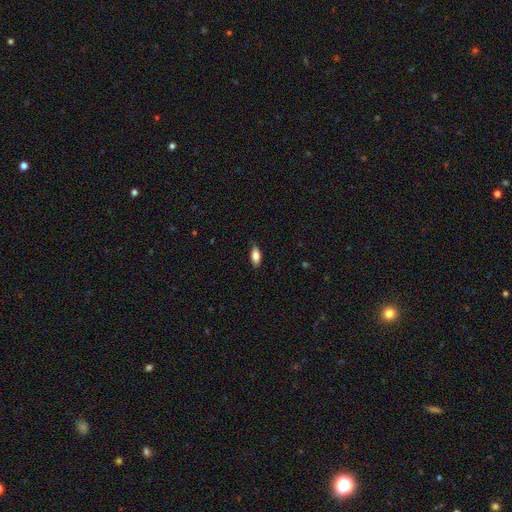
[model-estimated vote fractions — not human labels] Morphology: type=smooth (83%); roundness=in between (87%); merging=none (81%).